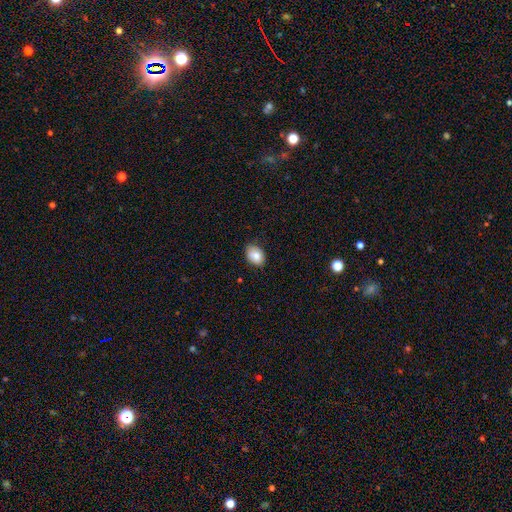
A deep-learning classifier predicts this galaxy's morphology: This is clearly a smooth galaxy (84%). How rounded: likely in between (77%). Merging: clearly none (84%).